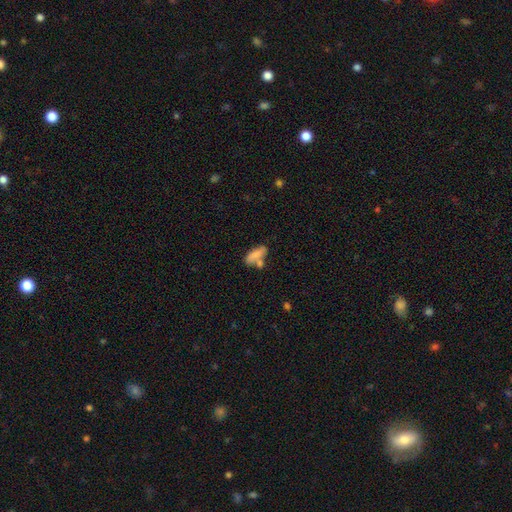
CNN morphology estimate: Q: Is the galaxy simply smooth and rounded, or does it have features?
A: smooth — 76%.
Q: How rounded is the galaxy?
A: in between — 72%.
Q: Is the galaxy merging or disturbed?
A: none — 44%.